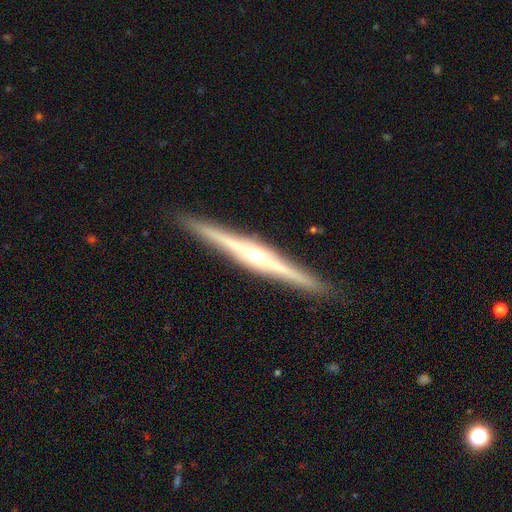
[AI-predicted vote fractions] A featured or disk galaxy (85%) viewed edge-on (98%) with a rounded central bulge (85%).

Vote fractions:
- Smooth or featured? featured or disk: 85% / smooth: 10% / star or artifact: 5%
- Edge-on disk? yes: 98% / no: 2%
- Edge-on bulge? rounded: 85% / boxy: 8% / none: 7%
- Merging? none: 92% / minor disturbance: 6% / major disturbance: 1% / merger: 1%